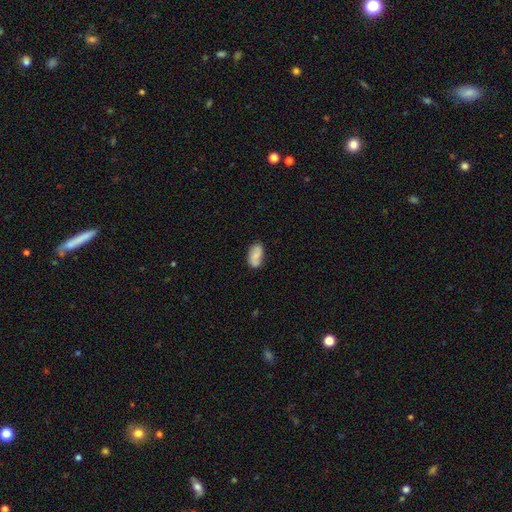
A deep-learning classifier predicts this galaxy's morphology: smooth_or_featured: smooth (p=0.68) [alt: featured or disk p=0.25]
how_rounded: in between (p=0.92) [alt: round p=0.04]
merging: none (p=0.70) [alt: minor disturbance p=0.22]